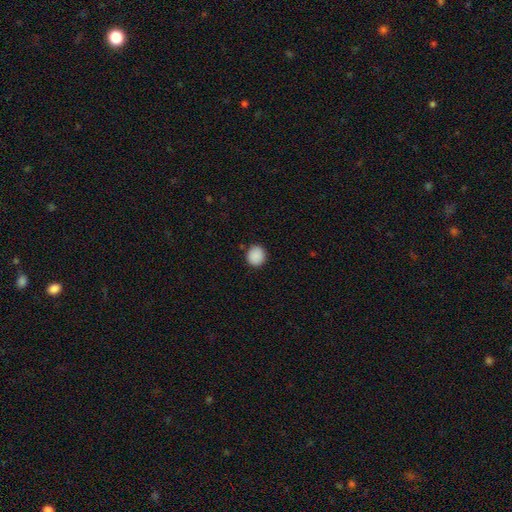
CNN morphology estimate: Smooth or featured?
  - smooth: 89% *
  - star or artifact: 8%
  - featured or disk: 2%
How rounded?
  - round: 87% *
  - in between: 13%
  - cigar-shaped: 1%
Merging?
  - none: 89% *
  - minor disturbance: 8%
  - major disturbance: 2%
  - merger: 1%